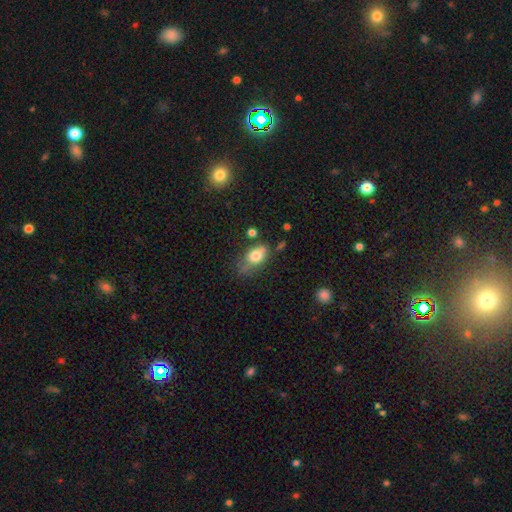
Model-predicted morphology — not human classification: This appears to be a smooth galaxy with no disk features (73%) that is in between round and cigar-shaped (81%). Merging: none (46%).